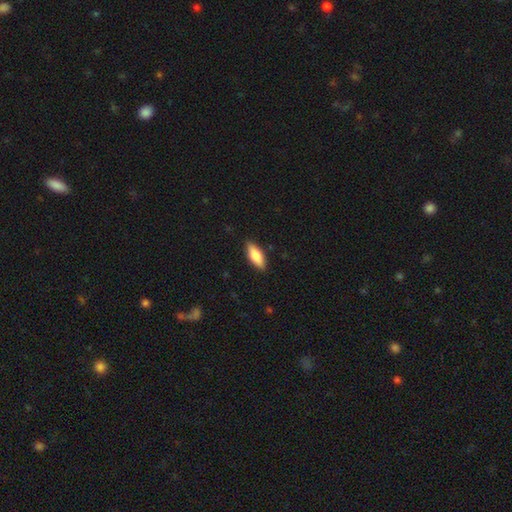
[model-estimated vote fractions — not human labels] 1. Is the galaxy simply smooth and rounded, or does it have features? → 80% smooth, 14% featured or disk, 6% star or artifact.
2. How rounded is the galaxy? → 74% in between, 24% cigar-shaped, 2% round.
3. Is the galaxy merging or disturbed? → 87% none, 10% minor disturbance, 2% major disturbance, 1% merger.